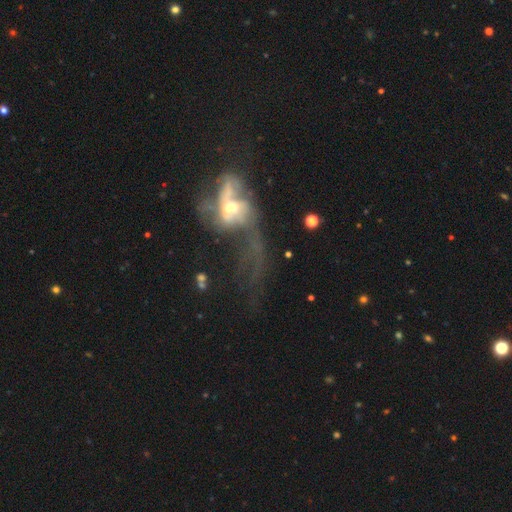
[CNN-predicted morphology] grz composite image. It shows a featured or disk galaxy (60%) with no bar (68%), no spiral arms (64%) and a moderate central bulge (54%). Merging: major disturbance (45%).